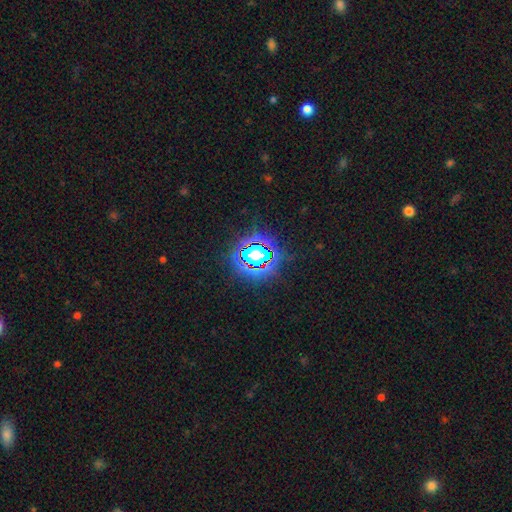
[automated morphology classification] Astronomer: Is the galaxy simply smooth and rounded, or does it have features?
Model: star or artifact — 80%.